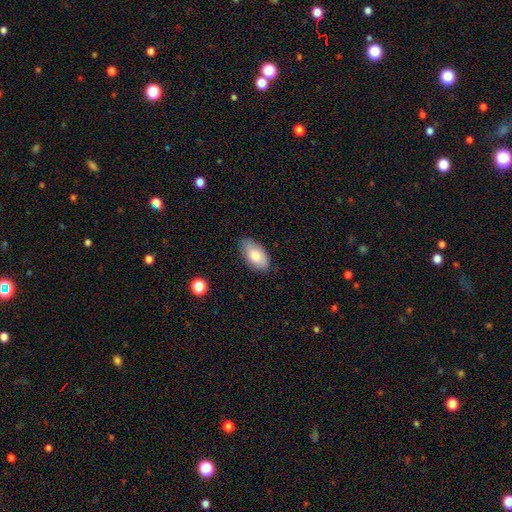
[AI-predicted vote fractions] A smooth galaxy with no disk features (80%) that is in between round and cigar-shaped (94%).

Vote fractions:
- Smooth or featured? smooth: 80% / featured or disk: 14% / star or artifact: 7%
- How rounded? in between: 94% / round: 3% / cigar-shaped: 3%
- Merging? none: 80% / minor disturbance: 16% / major disturbance: 3% / merger: 1%